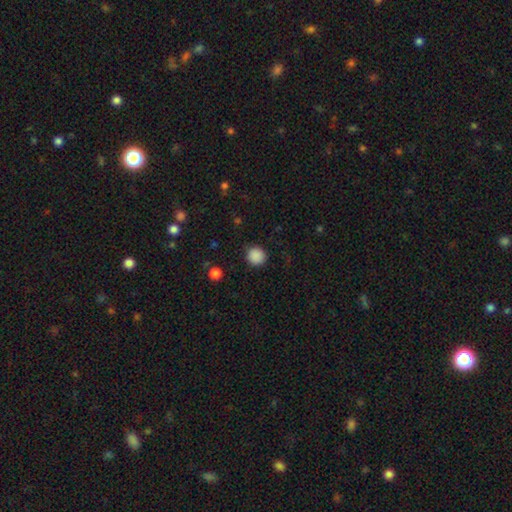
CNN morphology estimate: Overall: smooth (88%). How rounded: round (93%). Merging: none (89%).